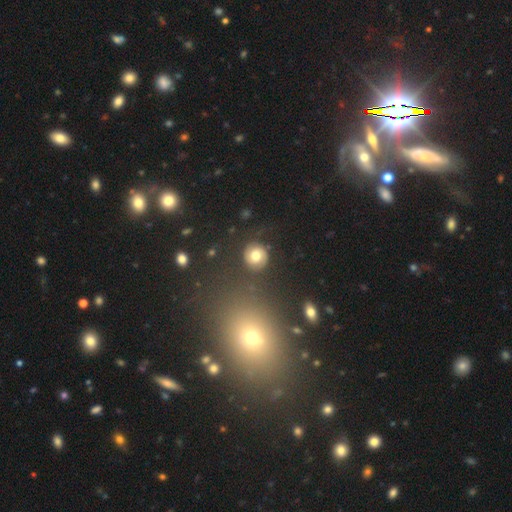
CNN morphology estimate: smooth 63%, featured or disk 26%, star or artifact 10%. Down the decision tree: how rounded — round (86%); merging — none (81%).